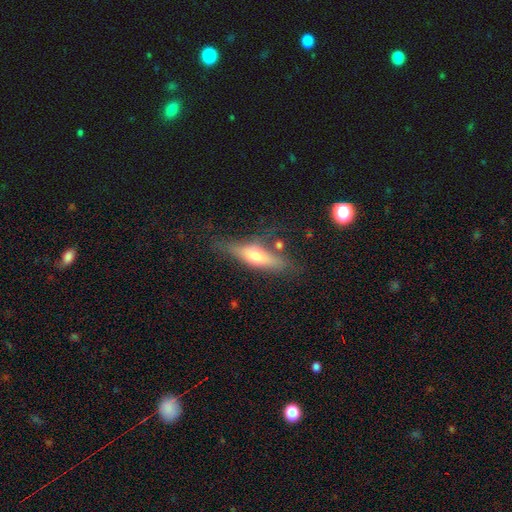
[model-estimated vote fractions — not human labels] The model was most divided on "smooth or featured": smooth: 52%, featured or disk: 40%, star or artifact: 8%. More confident: merging — none (63%); how rounded — cigar-shaped (56%).